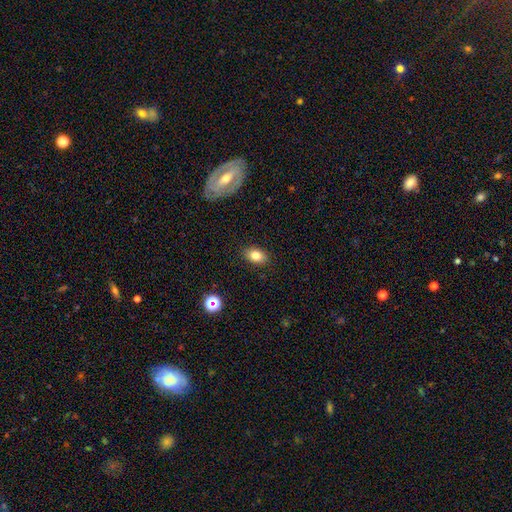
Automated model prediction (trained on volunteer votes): A smooth galaxy with no disk features (80%) that is in between round and cigar-shaped (81%). Merging: none (88%).